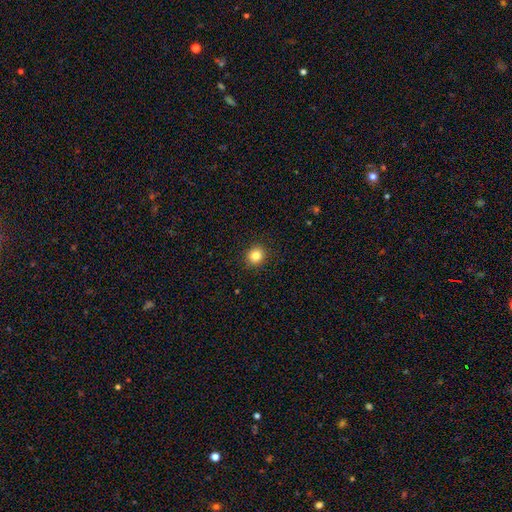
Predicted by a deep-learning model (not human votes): This is clearly a smooth galaxy (83%). How rounded: clearly round (88%). Merging: clearly none (92%).